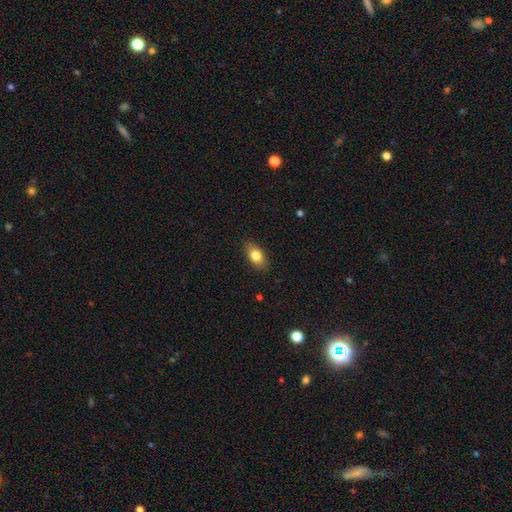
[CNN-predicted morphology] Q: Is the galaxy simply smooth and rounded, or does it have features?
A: smooth — 81%.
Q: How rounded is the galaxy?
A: in between — 87%.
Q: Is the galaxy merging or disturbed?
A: none — 86%.